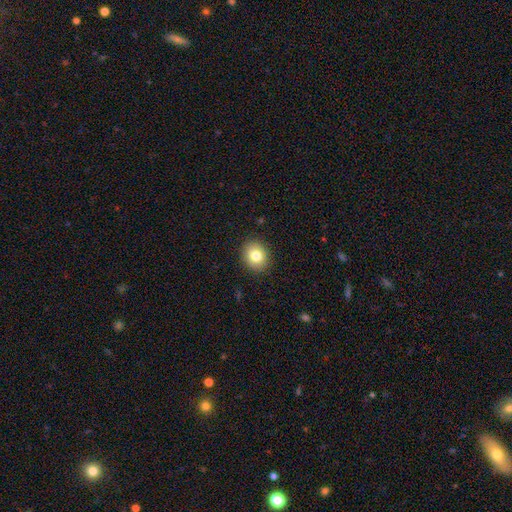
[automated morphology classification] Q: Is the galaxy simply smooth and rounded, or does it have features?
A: smooth — 81%.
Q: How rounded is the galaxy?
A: round — 64%.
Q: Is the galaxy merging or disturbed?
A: none — 90%.